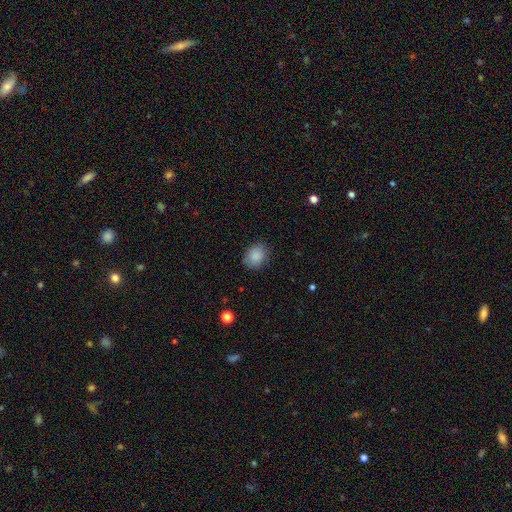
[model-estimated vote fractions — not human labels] Smooth or featured? Predicted: smooth (p=0.87). How rounded? Predicted: round (p=0.53). Merging? Predicted: none (p=0.81).